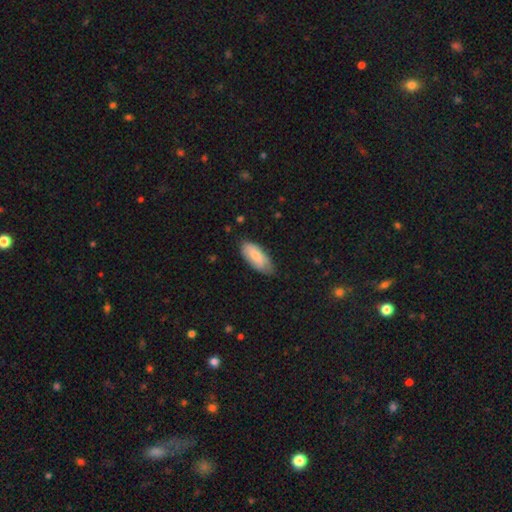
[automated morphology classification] Smooth or featured? smooth (77%)
How rounded? in between (86%)
Merging? none (70%)